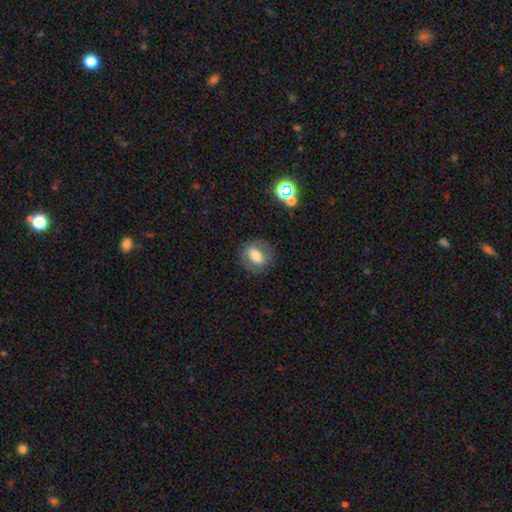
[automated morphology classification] The model was most divided on "how rounded": in between: 58%, round: 40%, cigar-shaped: 2%. More confident: merging — none (79%); smooth or featured — smooth (61%).